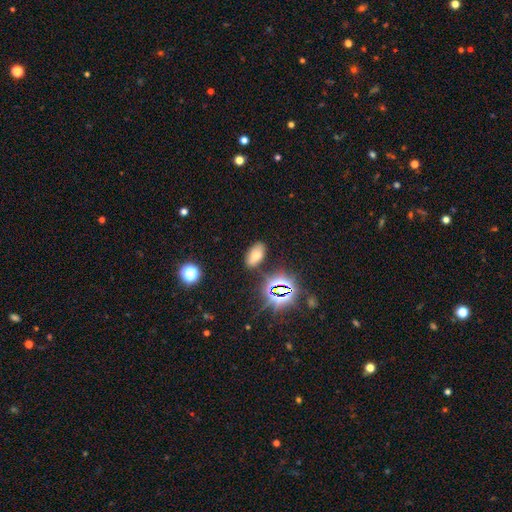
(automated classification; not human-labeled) smooth 60%, star or artifact 28%, featured or disk 12%. Down the decision tree: how rounded — in between (92%); merging — none (81%).